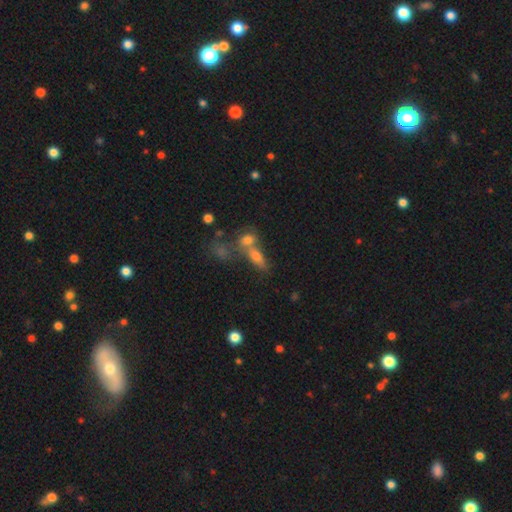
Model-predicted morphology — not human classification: Smooth or featured? Predicted: smooth (p=0.60). How rounded? Predicted: in between (p=0.61). Merging? Predicted: merger (p=0.47).